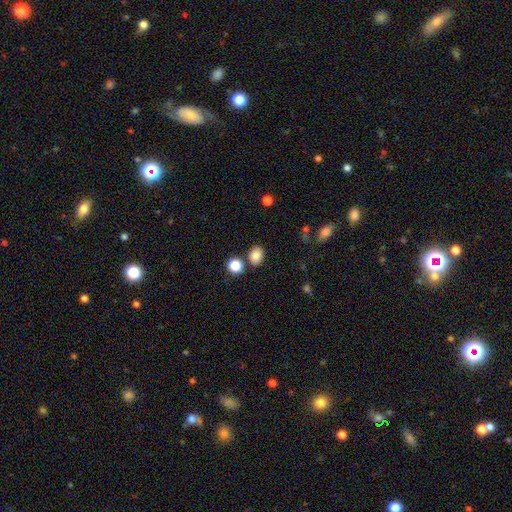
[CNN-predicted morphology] Smooth or featured: smooth — 85% (star or artifact — 11%)
How rounded: in between — 58% (round — 41%)
Merging: none — 78% (minor disturbance — 11%)